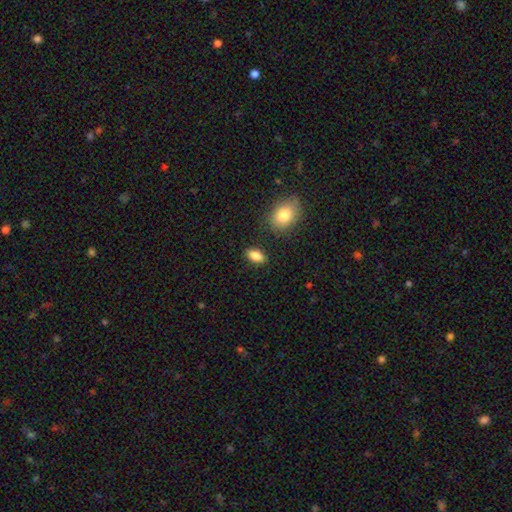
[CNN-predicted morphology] Smooth or featured?
  - smooth: 87% *
  - star or artifact: 8%
  - featured or disk: 5%
How rounded?
  - in between: 90% *
  - round: 6%
  - cigar-shaped: 4%
Merging?
  - none: 86% *
  - minor disturbance: 9%
  - merger: 2%
  - major disturbance: 2%